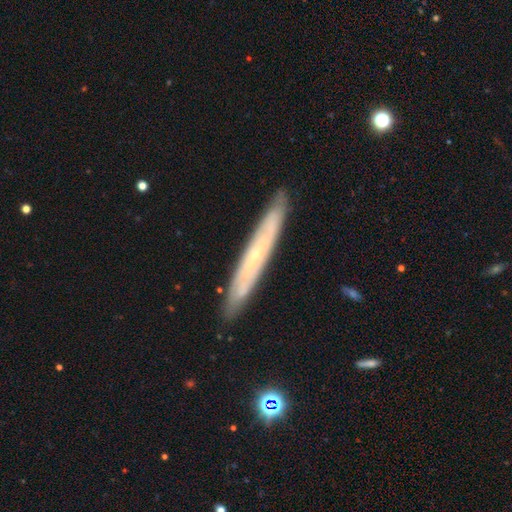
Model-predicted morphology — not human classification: Smooth or featured? featured or disk (64%)
Edge-on disk? yes (74%)
Merging? none (87%)